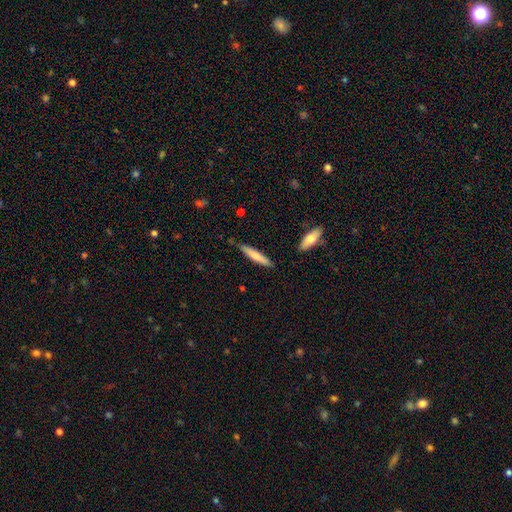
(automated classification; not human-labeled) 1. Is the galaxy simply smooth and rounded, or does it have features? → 70% smooth, 24% featured or disk, 5% star or artifact.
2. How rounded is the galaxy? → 91% cigar-shaped, 8% in between, 1% round.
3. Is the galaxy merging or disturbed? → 80% none, 15% minor disturbance, 3% merger, 2% major disturbance.